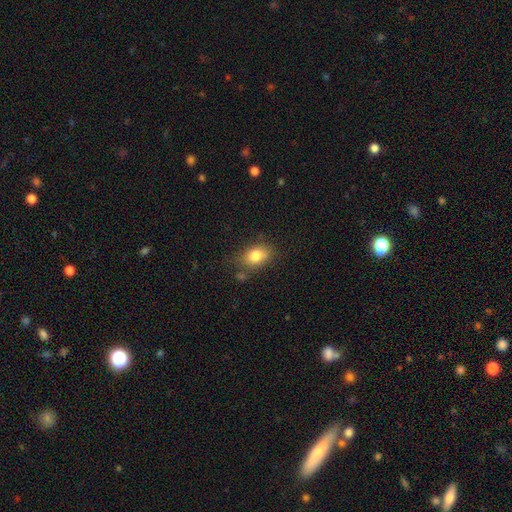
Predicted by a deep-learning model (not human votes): The model was most divided on "merging": none: 71%, minor disturbance: 19%, merger: 6%, major disturbance: 5%. More confident: smooth or featured — smooth (81%); how rounded — in between (77%).